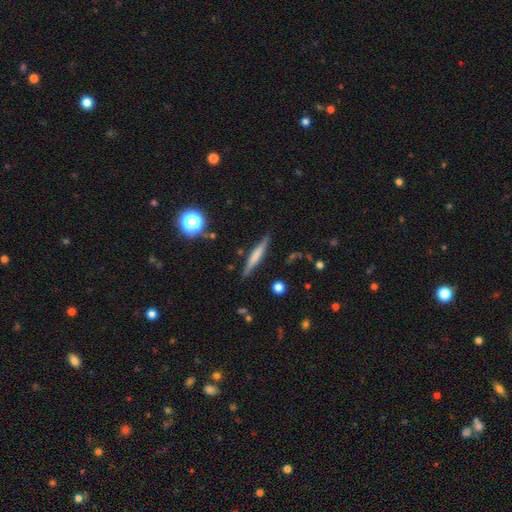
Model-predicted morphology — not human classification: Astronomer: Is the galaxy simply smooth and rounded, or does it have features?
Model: featured or disk — 49% (runner-up: smooth, 43%).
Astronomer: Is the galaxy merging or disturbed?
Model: none — 86%.